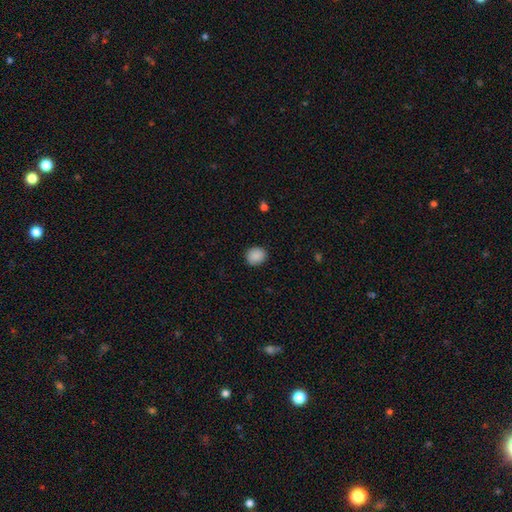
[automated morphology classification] smooth 89%, star or artifact 8%, featured or disk 3%. Down the decision tree: how rounded — round (74%); merging — none (89%).